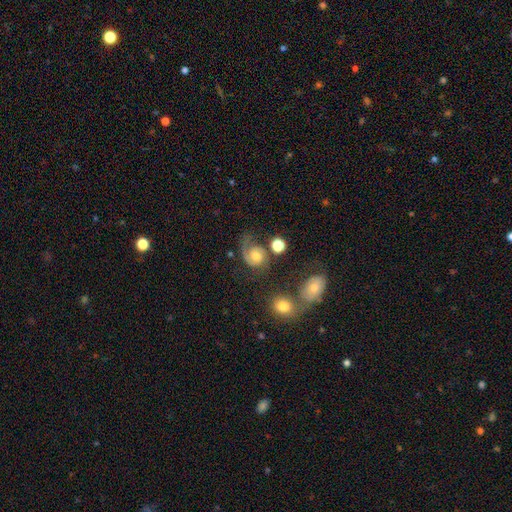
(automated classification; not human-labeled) This is likely a featured or disk galaxy (68%). It is clearly not viewed edge-on (98%). Bar: likely no (72%). Spiral arm pattern: clearly yes (93%). Spiral arm count: possibly 1 (55%). Spiral winding: marginally medium (41%). Central bulge: possibly moderate (58%). Merging: possibly none (47%).